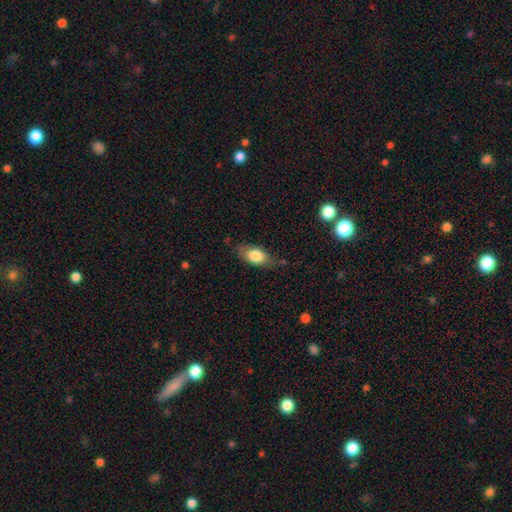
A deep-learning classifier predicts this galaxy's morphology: smooth 76%, featured or disk 17%, star or artifact 7%. Down the decision tree: how rounded — in between (85%); merging — none (67%).